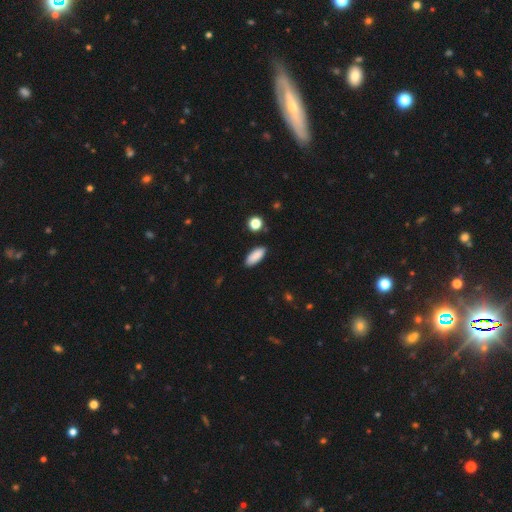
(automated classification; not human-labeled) Morphology: type=smooth (89%); roundness=in between (77%); merging=none (86%).